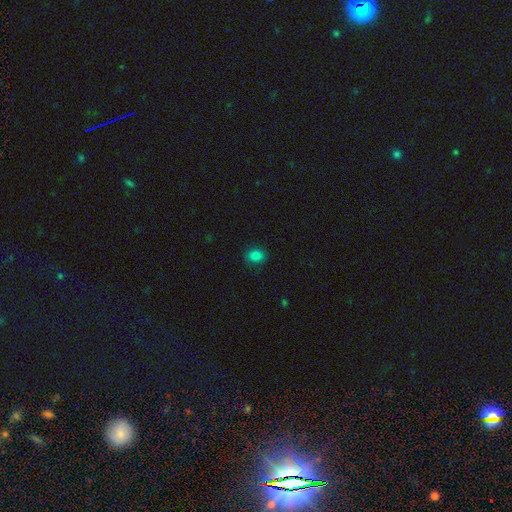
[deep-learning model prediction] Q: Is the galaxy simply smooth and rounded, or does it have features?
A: smooth — 83%.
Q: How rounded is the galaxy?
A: in between — 58%.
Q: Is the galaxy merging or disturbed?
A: none — 88%.